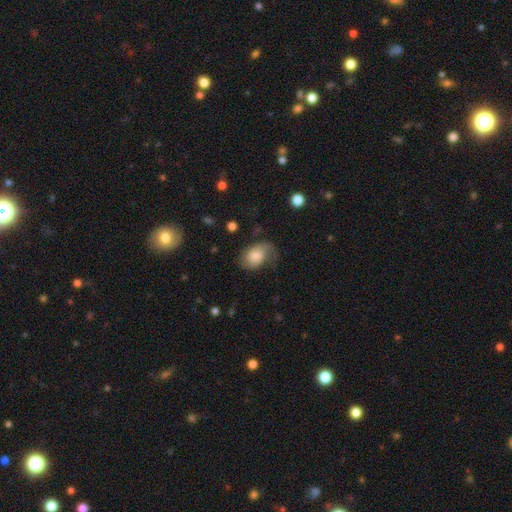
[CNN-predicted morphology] Smooth or featured? smooth (52%)
How rounded? in between (78%)
Merging? none (51%)